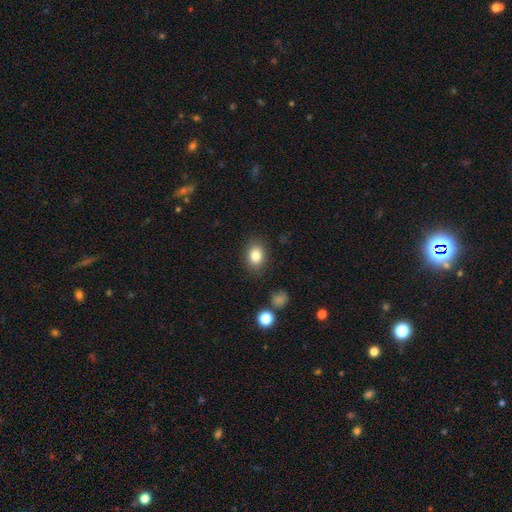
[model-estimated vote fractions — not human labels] Morphology: type=smooth (84%); roundness=in between (62%); merging=none (84%).